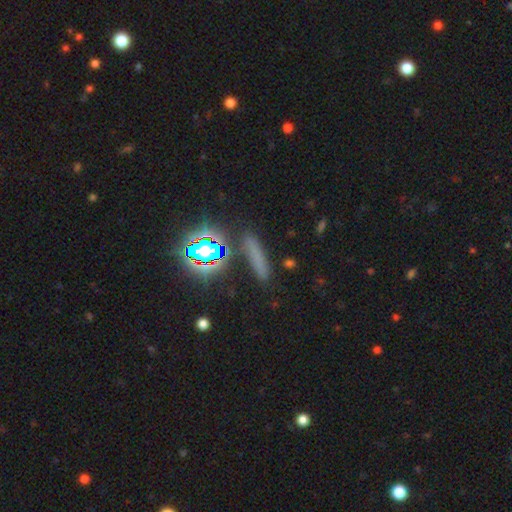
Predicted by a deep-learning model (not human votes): A smooth galaxy with no disk features (60%) that is cigar-shaped (80%). Merging: none (79%).